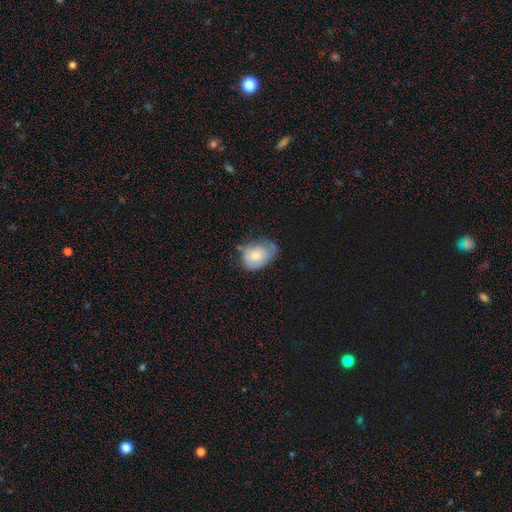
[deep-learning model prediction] This appears to be a smooth galaxy with no disk features (68%) that is in between round and cigar-shaped (71%). Merging: none (42%).